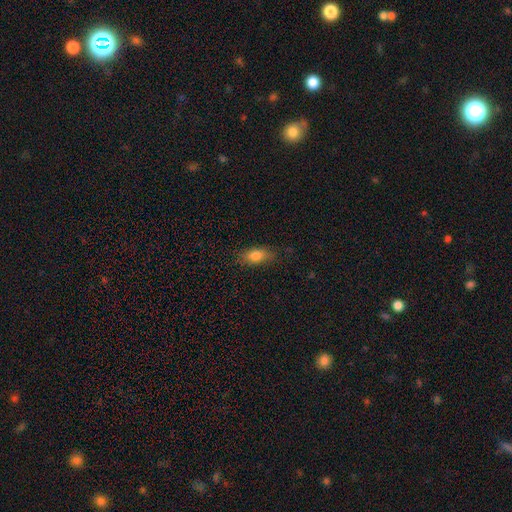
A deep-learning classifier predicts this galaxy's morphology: The model was most divided on "smooth or featured": smooth: 78%, featured or disk: 13%, star or artifact: 9%. More confident: how rounded — in between (82%); merging — none (81%).